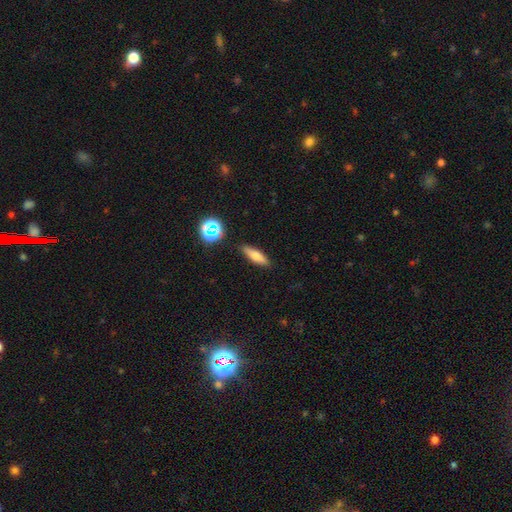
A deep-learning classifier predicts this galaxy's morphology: Smooth or featured: smooth — 67% (featured or disk — 23%)
How rounded: cigar-shaped — 55% (in between — 41%)
Merging: none — 86% (minor disturbance — 10%)